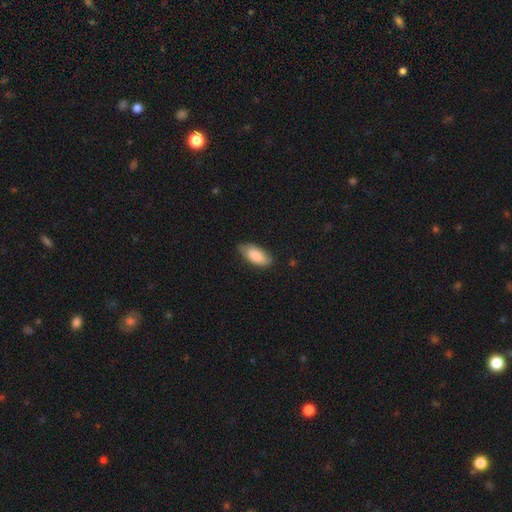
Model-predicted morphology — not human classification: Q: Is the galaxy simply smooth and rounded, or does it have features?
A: smooth — 86%.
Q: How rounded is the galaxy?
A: in between — 89%.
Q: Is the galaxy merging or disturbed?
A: none — 78%.